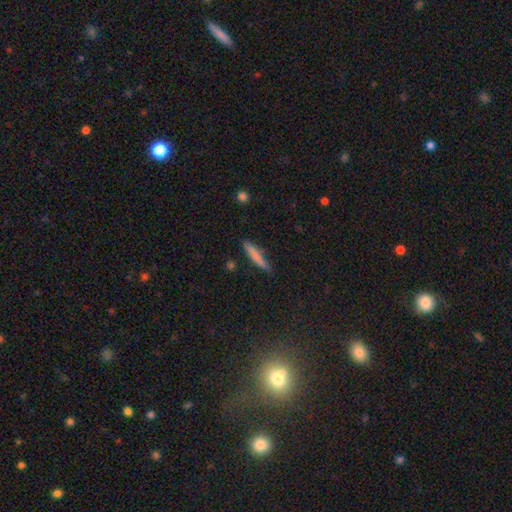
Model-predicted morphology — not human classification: Smooth or featured? Predicted: smooth (p=0.75). How rounded? Predicted: cigar-shaped (p=0.92). Merging? Predicted: none (p=0.82).